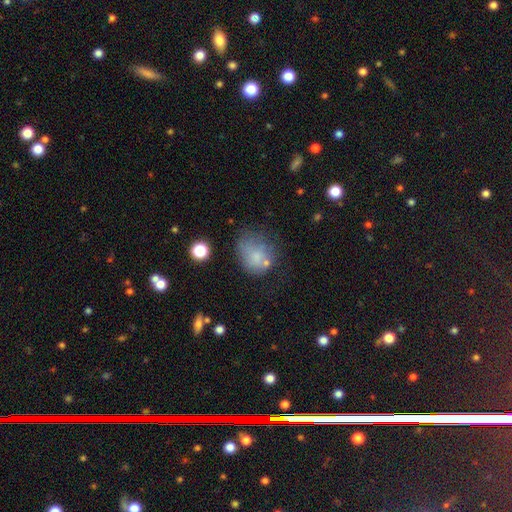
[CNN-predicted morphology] smooth_or_featured: smooth (p=0.67) [alt: featured or disk p=0.21]
how_rounded: round (p=0.55) [alt: in between p=0.44]
merging: none (p=0.42) [alt: minor disturbance p=0.27]